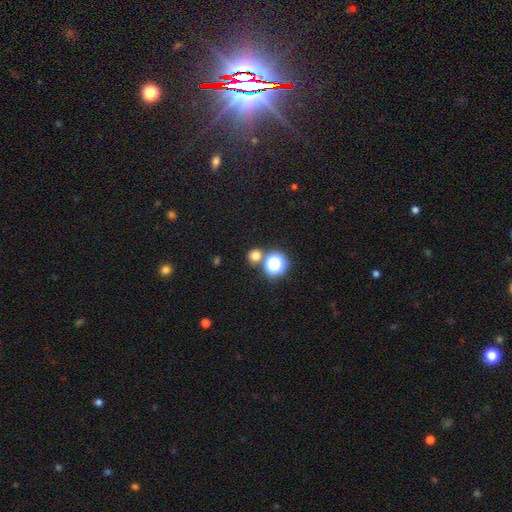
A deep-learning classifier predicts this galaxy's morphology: Smooth or featured: smooth — 71% (star or artifact — 24%)
How rounded: round — 89% (in between — 10%)
Merging: none — 75% (merger — 15%)